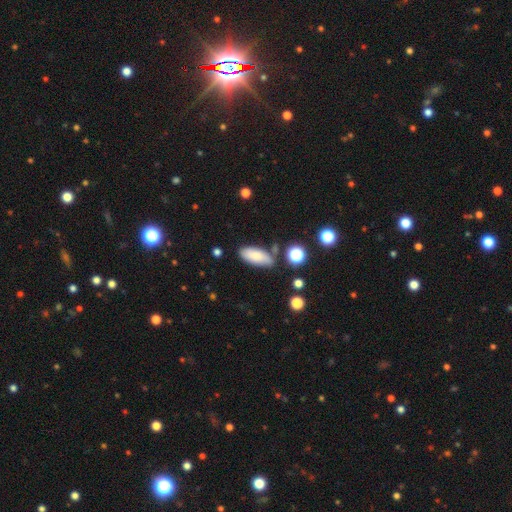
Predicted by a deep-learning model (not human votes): This is likely a smooth galaxy (78%). How rounded: clearly in between (81%). Merging: likely none (72%).